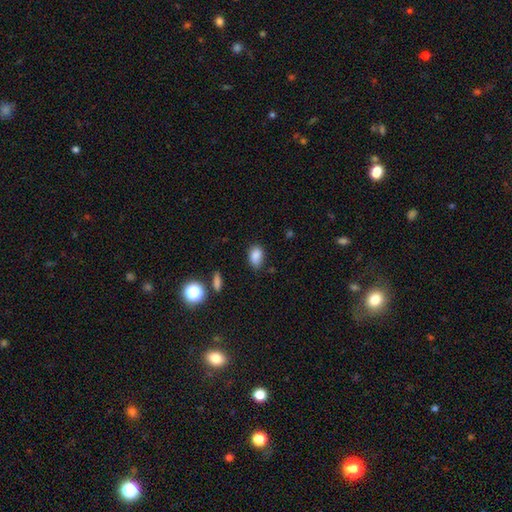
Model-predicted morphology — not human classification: type=smooth (85%); roundness=in between (85%); merging=none (72%).